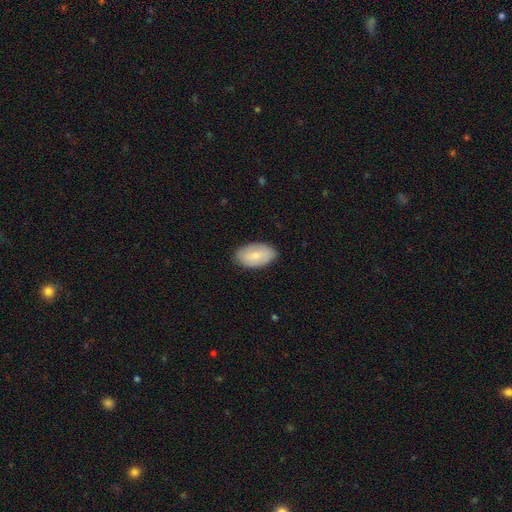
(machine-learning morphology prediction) smooth-or-featured: smooth: 73% | featured or disk: 22% | star or artifact: 6%
  how-rounded: in between: 94% | round: 4% | cigar-shaped: 2%
  merging: none: 85% | minor disturbance: 12% | major disturbance: 2% | merger: 1%